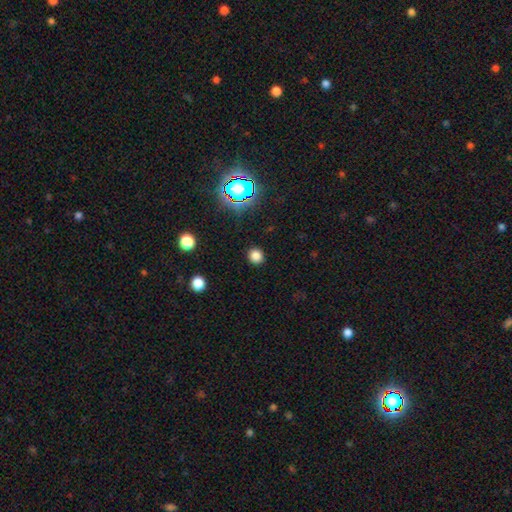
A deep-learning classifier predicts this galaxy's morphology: Smooth or featured?
  - smooth: 79% *
  - star or artifact: 17%
  - featured or disk: 5%
How rounded?
  - round: 85% *
  - in between: 14%
  - cigar-shaped: 1%
Merging?
  - none: 90% *
  - minor disturbance: 6%
  - major disturbance: 2%
  - merger: 1%